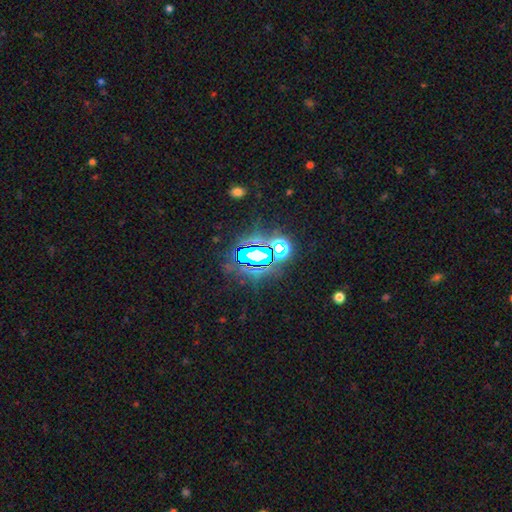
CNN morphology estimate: Q: Smooth or featured?
A: star or artifact (77%); runner-up: smooth (13%)